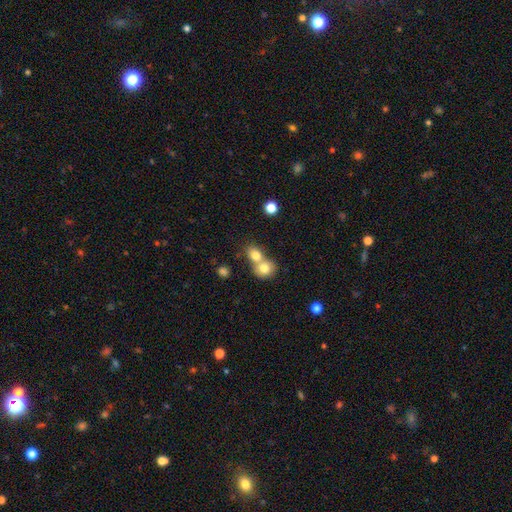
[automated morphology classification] This appears to be a smooth galaxy with no disk features (76%) that is round (62%). Merging: merger (63%).